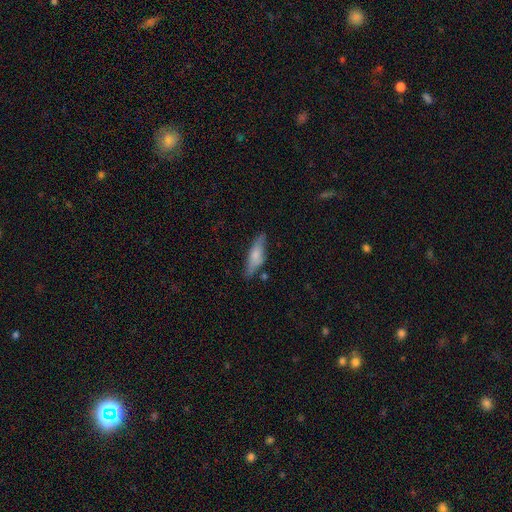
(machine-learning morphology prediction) Smooth or featured? smooth (66%)
How rounded? cigar-shaped (49%, tied with in between)
Merging? none (68%)